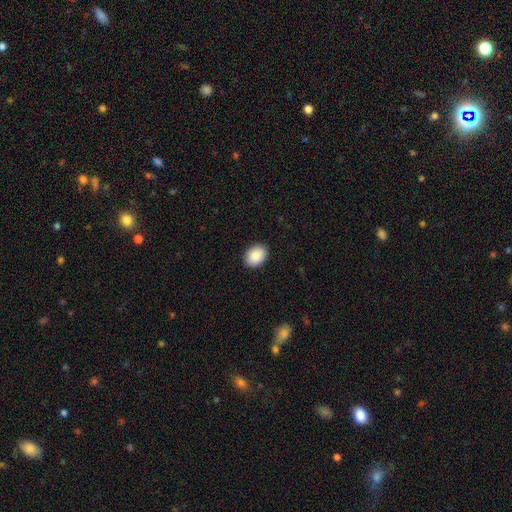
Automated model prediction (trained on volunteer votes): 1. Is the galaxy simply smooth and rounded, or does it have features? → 89% smooth, 7% star or artifact, 4% featured or disk.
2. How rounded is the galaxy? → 70% in between, 29% round, 1% cigar-shaped.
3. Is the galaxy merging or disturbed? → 90% none, 7% minor disturbance, 2% major disturbance, 1% merger.